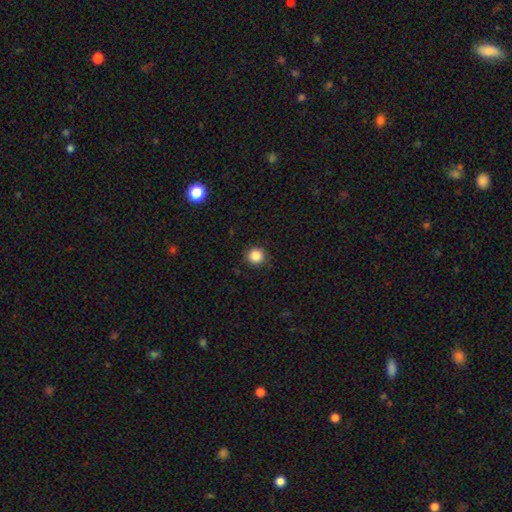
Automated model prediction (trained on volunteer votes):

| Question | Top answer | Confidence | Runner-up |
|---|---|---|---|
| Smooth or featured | smooth | 86% | star or artifact (10%) |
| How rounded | round | 94% | in between (5%) |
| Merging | none | 89% | minor disturbance (8%) |